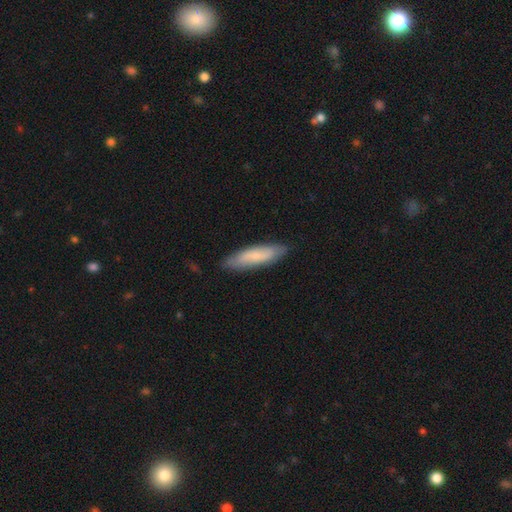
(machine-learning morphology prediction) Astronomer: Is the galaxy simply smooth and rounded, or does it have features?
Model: smooth — 70%.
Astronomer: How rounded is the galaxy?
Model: cigar-shaped — 68%.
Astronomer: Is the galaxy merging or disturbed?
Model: none — 84%.